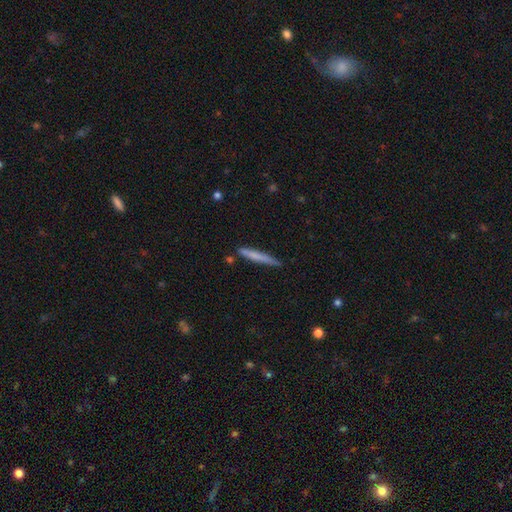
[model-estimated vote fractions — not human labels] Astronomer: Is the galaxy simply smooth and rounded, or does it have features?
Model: smooth — 66%.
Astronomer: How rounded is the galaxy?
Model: cigar-shaped — 96%.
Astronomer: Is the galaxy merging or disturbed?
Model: none — 79%.